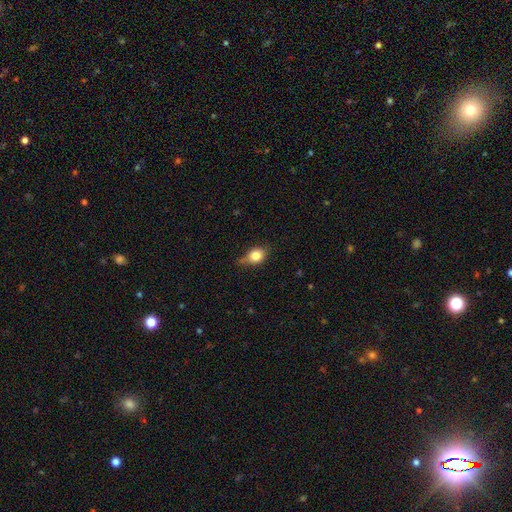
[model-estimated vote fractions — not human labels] Smooth or featured? Predicted: smooth (p=0.77). How rounded? Predicted: in between (p=0.52). Merging? Predicted: none (p=0.49).